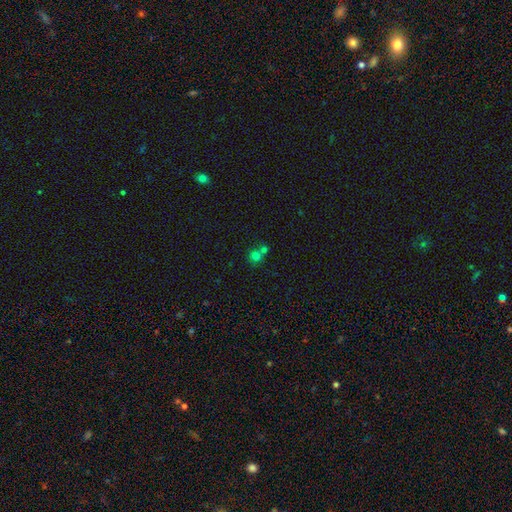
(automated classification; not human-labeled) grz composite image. It shows a smooth galaxy with no disk features (72%) that is round (88%). Merging: none (48%).